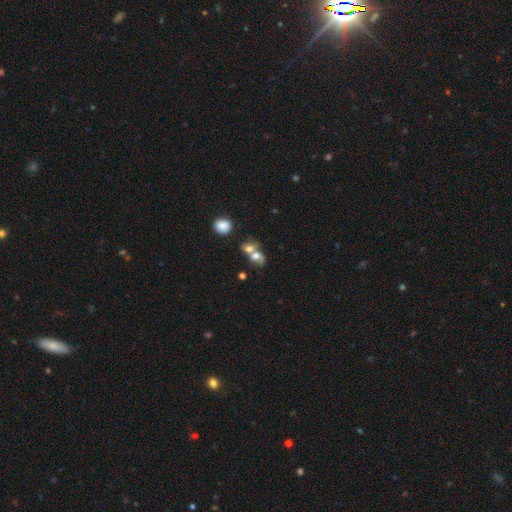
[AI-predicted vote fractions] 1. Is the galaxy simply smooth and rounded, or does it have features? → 63% smooth, 25% featured or disk, 12% star or artifact.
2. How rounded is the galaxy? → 56% in between, 41% round, 2% cigar-shaped.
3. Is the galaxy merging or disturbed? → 67% merger, 19% none, 8% minor disturbance, 6% major disturbance.